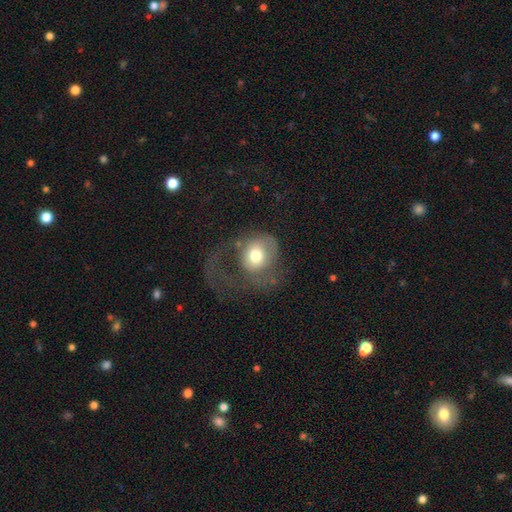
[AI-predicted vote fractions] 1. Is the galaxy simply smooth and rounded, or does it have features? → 57% smooth, 35% featured or disk, 9% star or artifact.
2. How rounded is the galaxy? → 66% round, 33% in between, 1% cigar-shaped.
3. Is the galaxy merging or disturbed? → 60% major disturbance, 22% none, 15% minor disturbance, 3% merger.